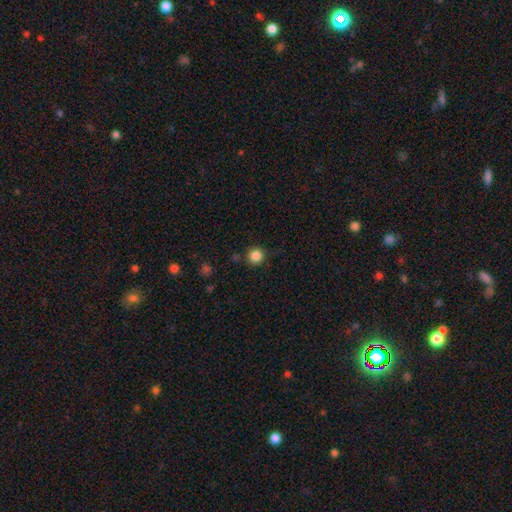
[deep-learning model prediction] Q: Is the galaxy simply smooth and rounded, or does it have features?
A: smooth — 85%.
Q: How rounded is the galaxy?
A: round — 94%.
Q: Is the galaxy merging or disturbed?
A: none — 86%.